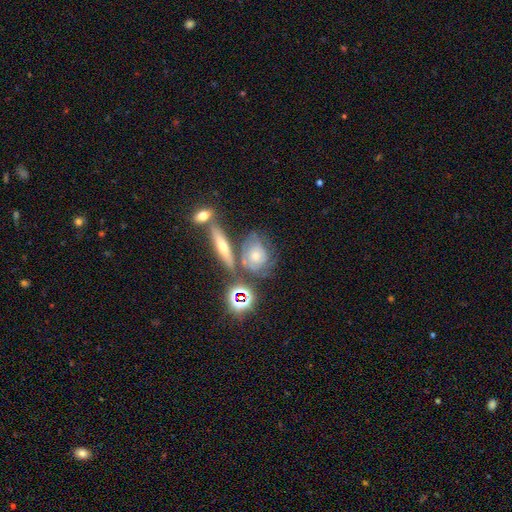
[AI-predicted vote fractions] Smooth or featured: featured or disk — 51% (smooth — 31%)
Edge-on disk: no — 78% (yes — 22%)
Merging: none — 48% (merger — 25%)